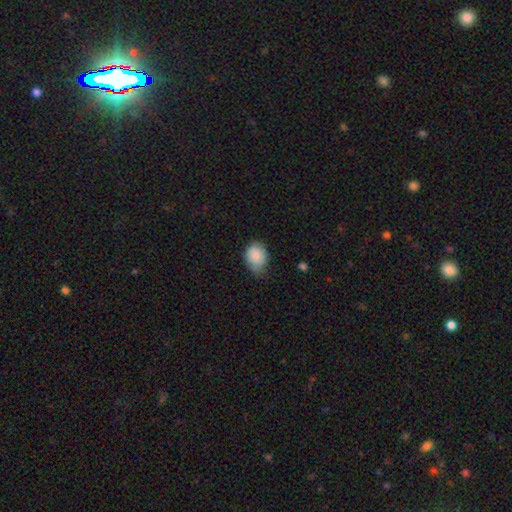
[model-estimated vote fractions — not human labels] The model was most divided on "merging": none: 54%, minor disturbance: 39%, major disturbance: 7%, merger: 1%. More confident: smooth or featured — smooth (86%); how rounded — in between (63%).